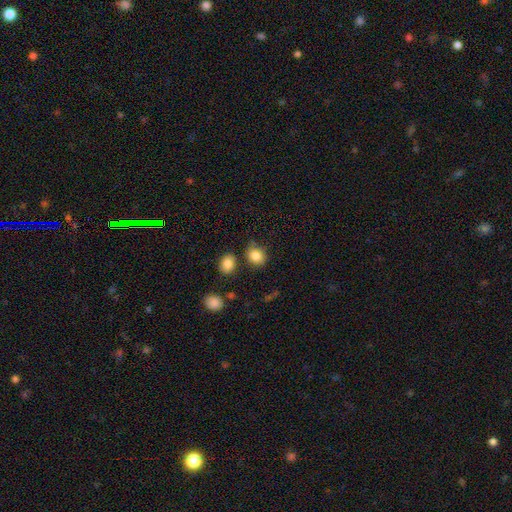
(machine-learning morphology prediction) Smooth or featured? Predicted: smooth (p=0.84). How rounded? Predicted: round (p=0.65). Merging? Predicted: none (p=0.76).